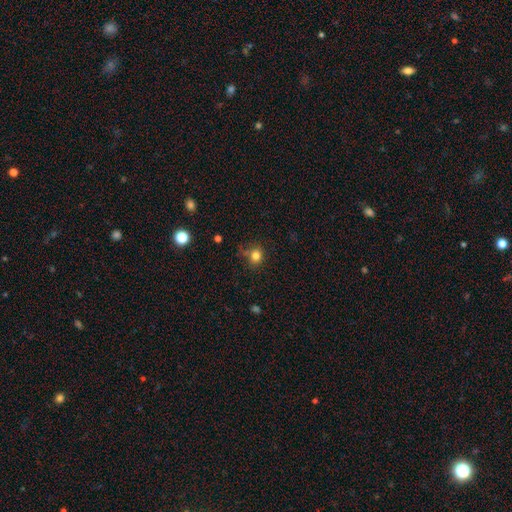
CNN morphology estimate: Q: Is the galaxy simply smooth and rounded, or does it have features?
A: smooth — 80%.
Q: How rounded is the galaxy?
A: round — 81%.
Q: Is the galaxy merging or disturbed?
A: none — 73%.